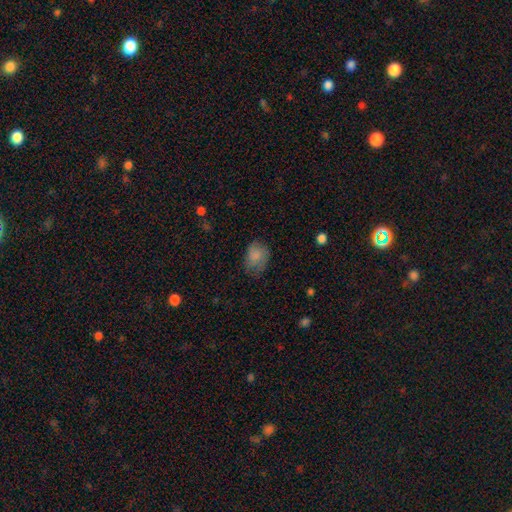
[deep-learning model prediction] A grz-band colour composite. It shows a smooth galaxy with no disk features (79%) that is in between round and cigar-shaped (65%). Merging: none (50%).